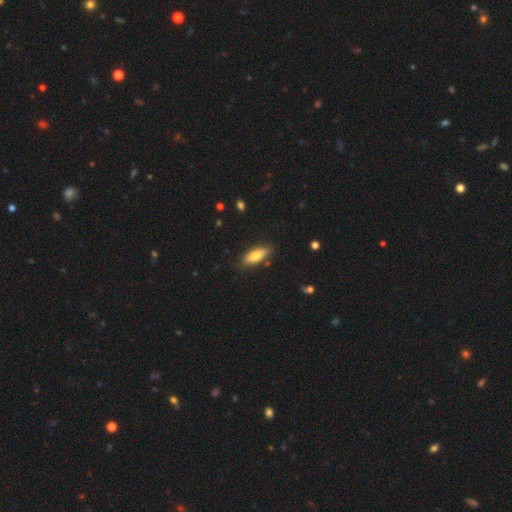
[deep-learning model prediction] The model was most divided on "how rounded": in between: 72%, cigar-shaped: 26%, round: 2%. More confident: merging — none (83%); smooth or featured — smooth (82%).